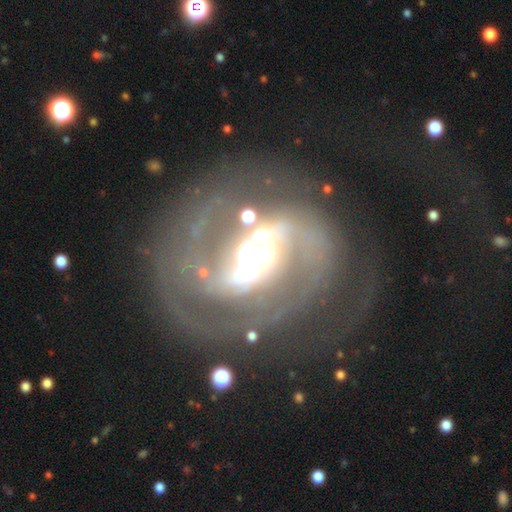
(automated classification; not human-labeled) The model was most divided on "bulge size": moderate: 49%, large: 34%, small: 9%, dominant: 7%, none: 2%. More confident: edge-on disk — no (97%); spiral arms — yes (95%); smooth or featured — featured or disk (89%); spiral arm count — 2 (85%); merging — none (67%); bar — strong (57%); spiral winding — medium (52%).